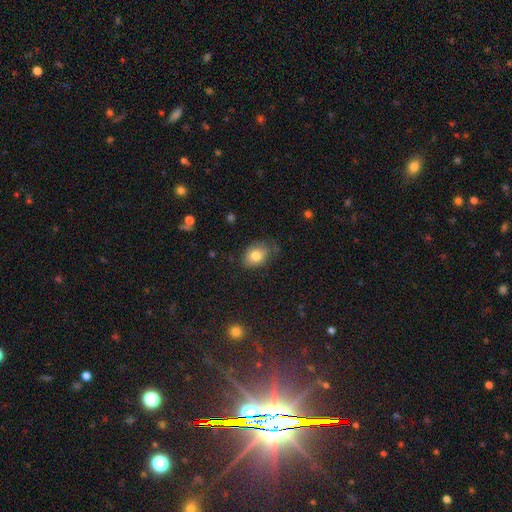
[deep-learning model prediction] This is likely a smooth galaxy (80%). How rounded: likely in between (77%). Merging: likely none (63%).